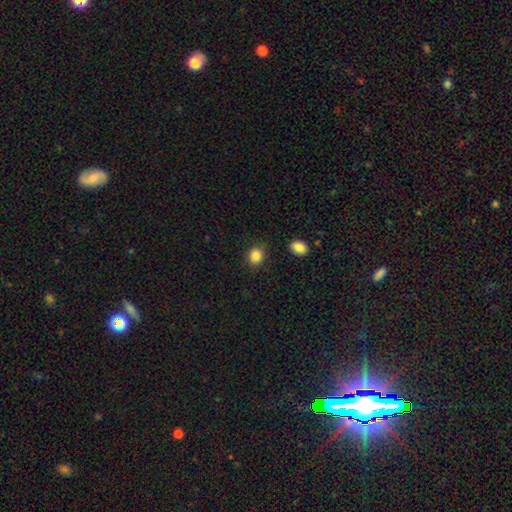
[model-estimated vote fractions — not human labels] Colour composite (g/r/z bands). It shows a smooth galaxy with no disk features (86%) that is round (74%). Merging: none (81%).